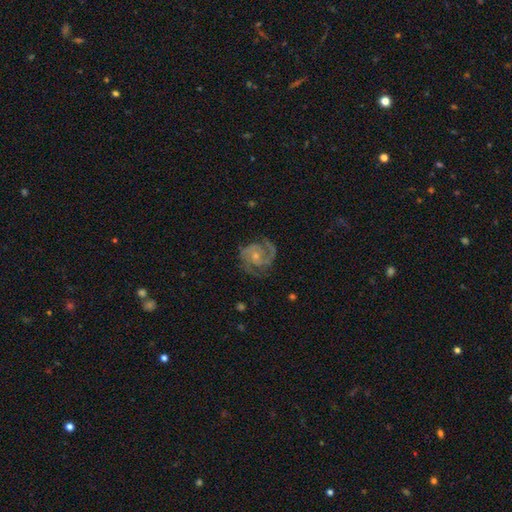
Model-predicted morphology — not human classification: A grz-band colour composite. It shows a featured or disk galaxy (88%) with no bar (66%), 2 (73%) medium (50%) spiral arms (97%) and a small central bulge (60%). Merging: none (71%).